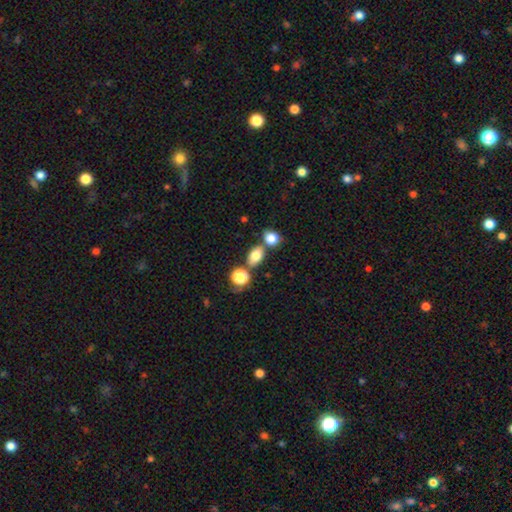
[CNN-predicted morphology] A smooth galaxy with no disk features (78%) that is in between round and cigar-shaped (73%). Merging: none (65%).